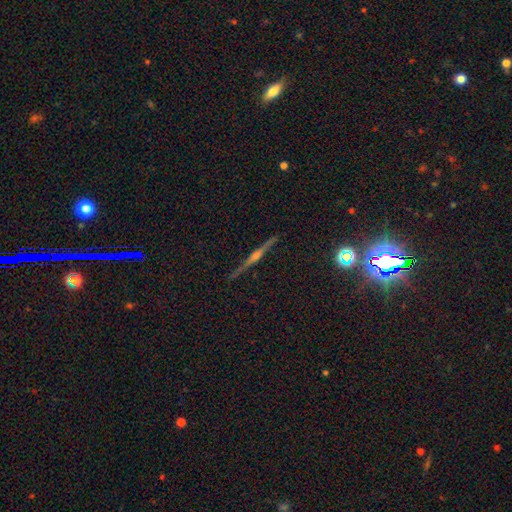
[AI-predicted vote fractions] smooth_or_featured: featured or disk (p=0.71) [alt: star or artifact p=0.18]
disk_edge_on: yes (p=0.96) [alt: no p=0.04]
edge_on_bulge: rounded (p=0.82) [alt: none p=0.10]
merging: none (p=0.88) [alt: minor disturbance p=0.07]